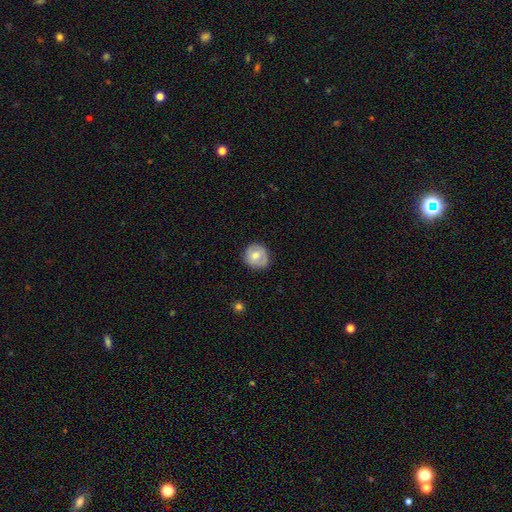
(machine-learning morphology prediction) Smooth or featured? smooth (67%)
How rounded? round (86%)
Merging? none (79%)